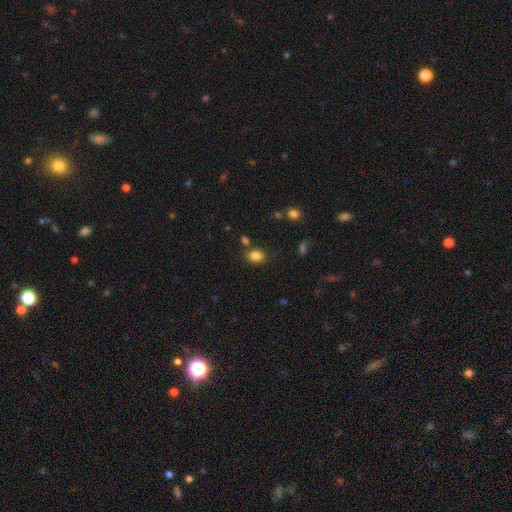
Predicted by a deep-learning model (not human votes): smooth-or-featured: smooth: 83% | star or artifact: 12% | featured or disk: 5%
  how-rounded: in between: 55% | round: 44% | cigar-shaped: 1%
  merging: none: 77% | minor disturbance: 12% | merger: 8% | major disturbance: 4%